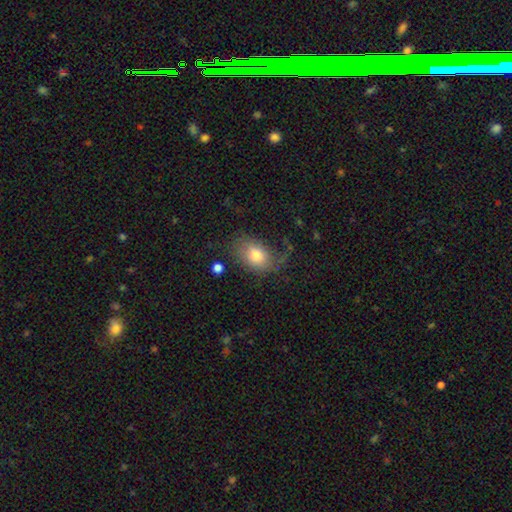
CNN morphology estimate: This appears to be a smooth galaxy with no disk features (74%) that is in between round and cigar-shaped (77%). Merging: none (56%).